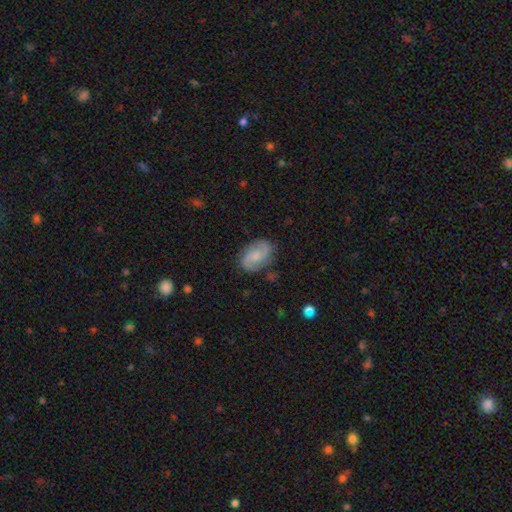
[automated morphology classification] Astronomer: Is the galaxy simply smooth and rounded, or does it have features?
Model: featured or disk — 76%.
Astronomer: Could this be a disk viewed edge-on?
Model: no — 98%.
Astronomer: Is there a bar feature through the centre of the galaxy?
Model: no — 53% (runner-up: weak, 40%).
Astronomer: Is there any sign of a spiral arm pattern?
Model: yes — 96%.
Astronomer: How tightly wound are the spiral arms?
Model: medium — 51% (runner-up: loose, 26%).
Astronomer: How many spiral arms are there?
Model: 2 — 91%.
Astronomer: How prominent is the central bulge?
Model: small — 38% (runner-up: moderate, 34%).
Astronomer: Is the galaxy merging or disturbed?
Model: none — 82%.